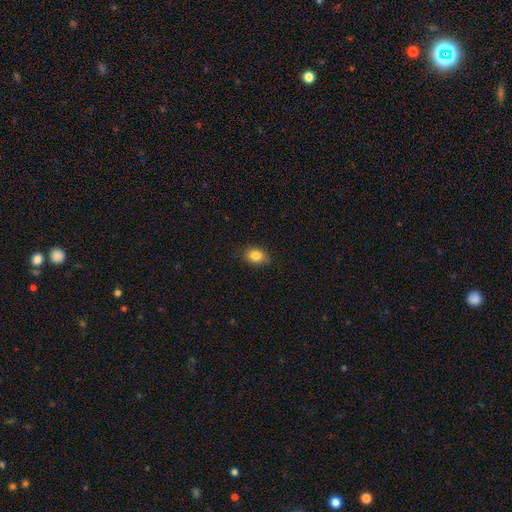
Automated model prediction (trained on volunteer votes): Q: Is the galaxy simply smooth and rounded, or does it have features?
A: smooth — 84%.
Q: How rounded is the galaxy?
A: in between — 72%.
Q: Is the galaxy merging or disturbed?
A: none — 79%.